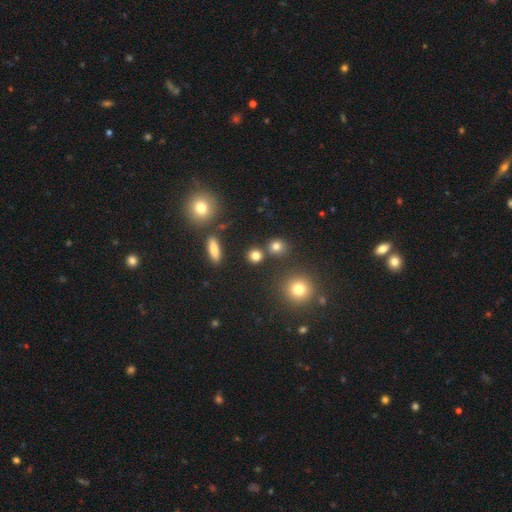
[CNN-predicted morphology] Overall: smooth (78%). How rounded: round (85%). Merging: none (78%).